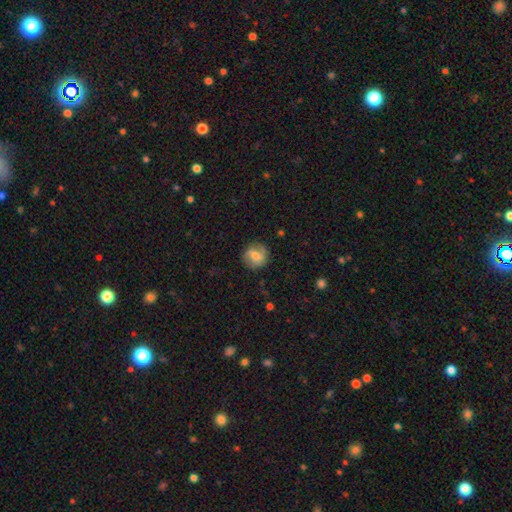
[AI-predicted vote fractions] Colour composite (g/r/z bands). It shows a smooth galaxy with no disk features (51%) that is round (85%). Merging: none (80%).